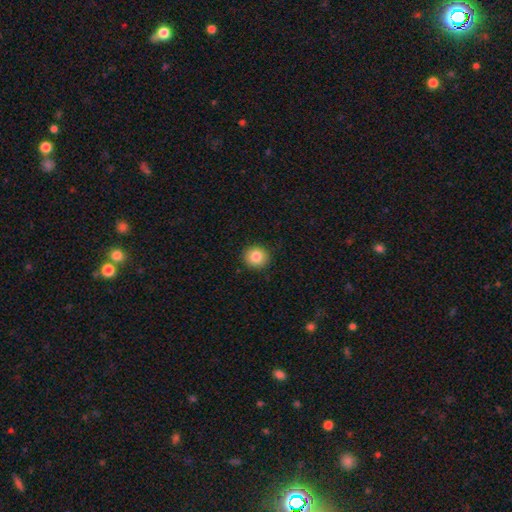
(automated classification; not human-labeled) Overall: smooth (84%). How rounded: round (89%). Merging: none (91%).